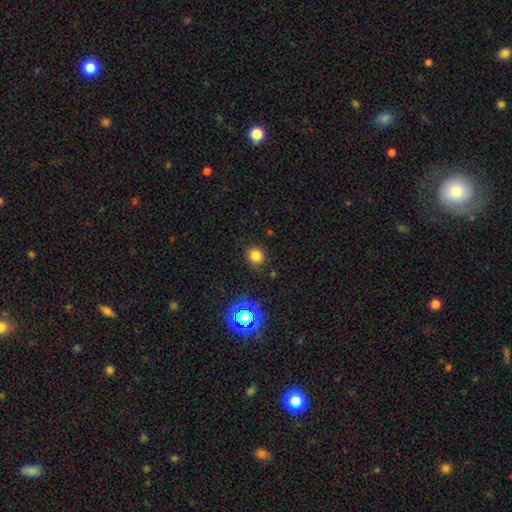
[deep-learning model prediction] smooth-or-featured: smooth: 77% | star or artifact: 18% | featured or disk: 5%
  how-rounded: round: 82% | in between: 17% | cigar-shaped: 1%
  merging: none: 86% | minor disturbance: 9% | major disturbance: 3% | merger: 2%